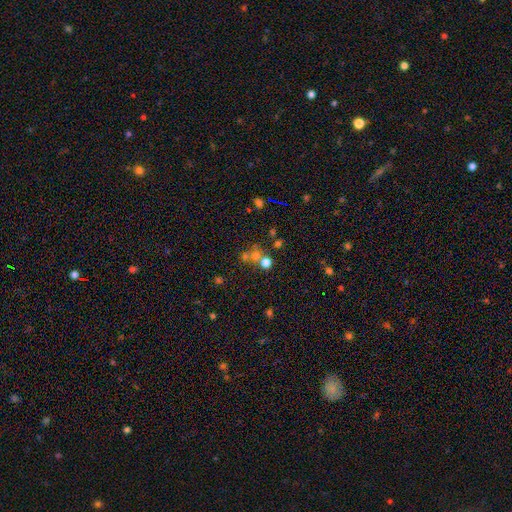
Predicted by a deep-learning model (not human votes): Overall: smooth (55%; star or artifact 28%). How rounded: round (85%). Merging: none (51%; merger 36%).